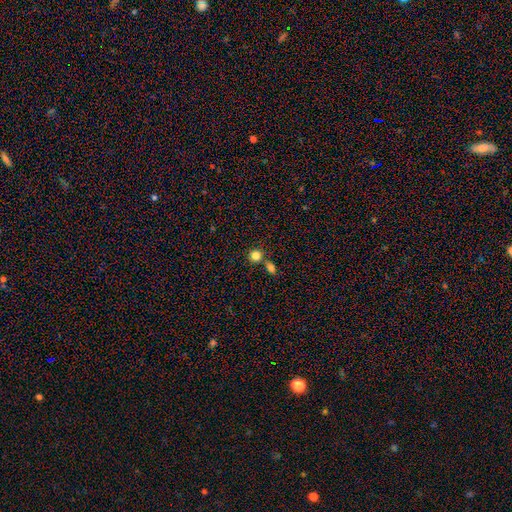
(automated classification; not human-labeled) Smooth or featured? Predicted: smooth (p=0.83). How rounded? Predicted: round (p=0.84). Merging? Predicted: none (p=0.64).